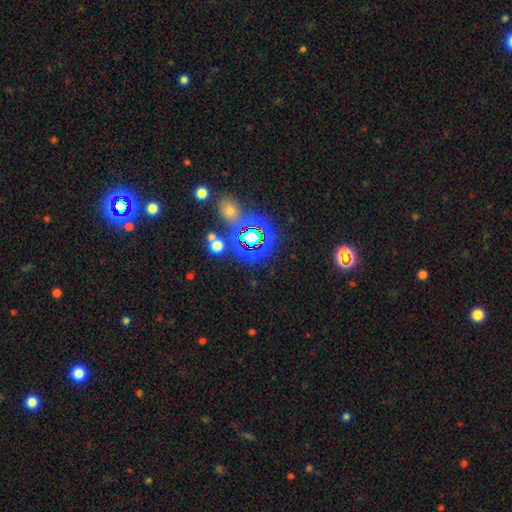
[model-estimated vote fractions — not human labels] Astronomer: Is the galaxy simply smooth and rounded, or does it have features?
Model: star or artifact — 59%.